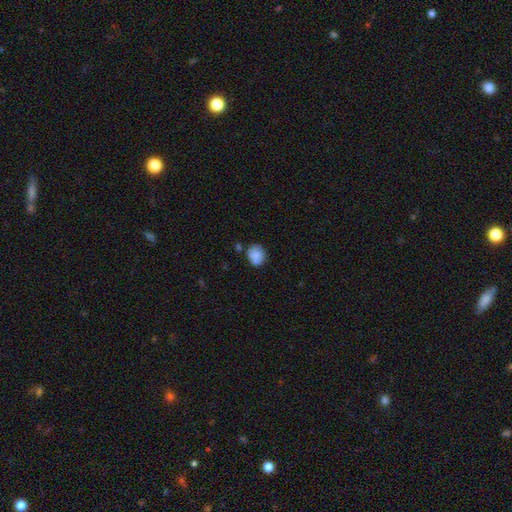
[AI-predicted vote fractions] Morphology: type=smooth (80%); roundness=round (68%); merging=none (65%).